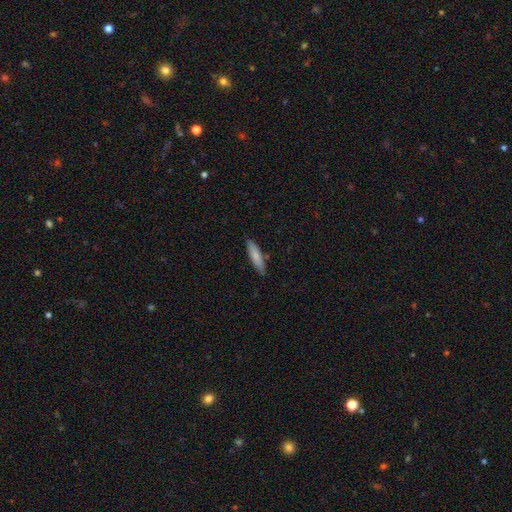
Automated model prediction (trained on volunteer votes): smooth-or-featured: smooth: 77% | featured or disk: 17% | star or artifact: 6%
  how-rounded: cigar-shaped: 73% | in between: 26% | round: 2%
  merging: none: 84% | minor disturbance: 11% | merger: 2% | major disturbance: 2%